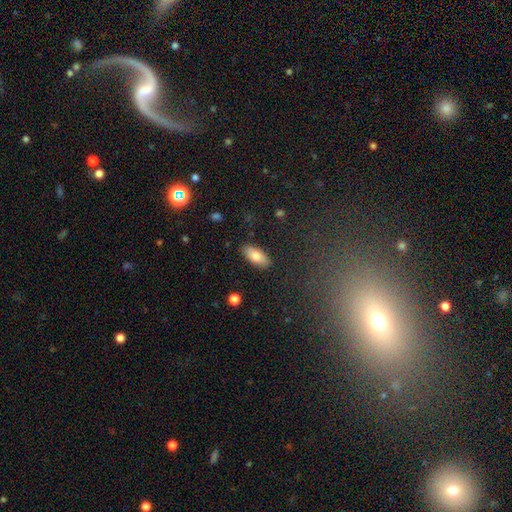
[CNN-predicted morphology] This is clearly a smooth galaxy (81%). How rounded: clearly in between (86%). Merging: clearly none (87%).